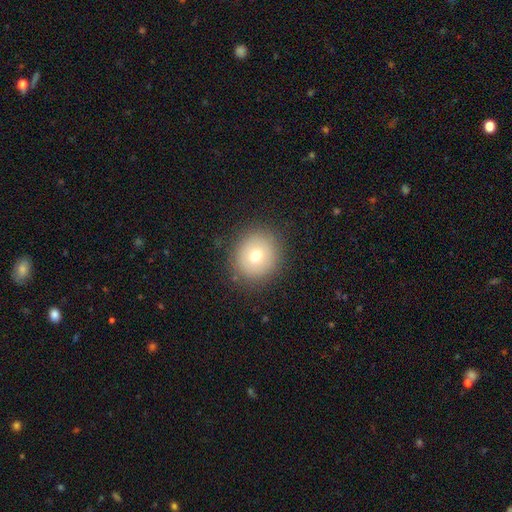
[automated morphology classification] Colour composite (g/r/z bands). It shows a smooth galaxy with no disk features (71%) that is round (89%). Merging: none (88%).